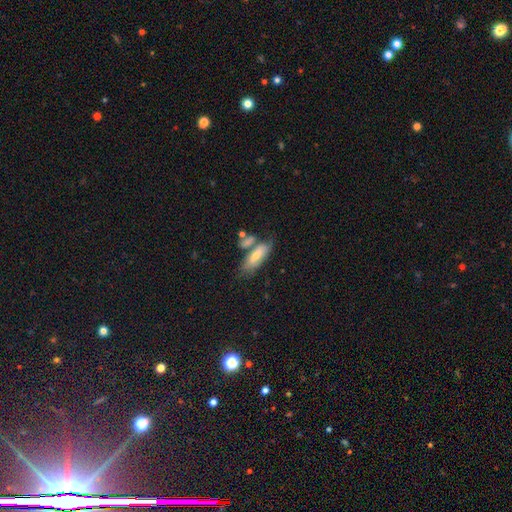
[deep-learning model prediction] This appears to be a smooth galaxy with no disk features (63%) that is in between round and cigar-shaped (63%). Merging: none (53%).